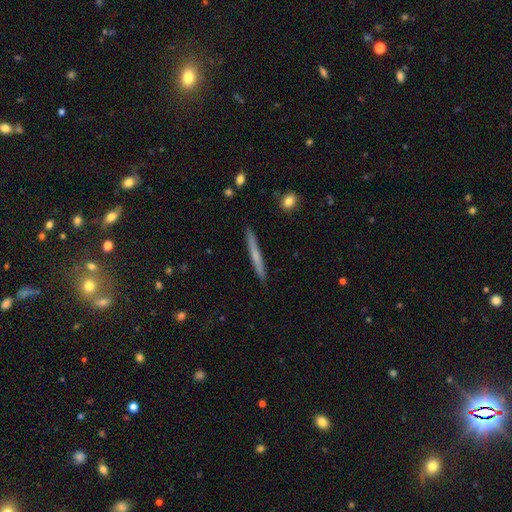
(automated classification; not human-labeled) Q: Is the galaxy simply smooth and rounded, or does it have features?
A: smooth — 53%.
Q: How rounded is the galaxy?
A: cigar-shaped — 96%.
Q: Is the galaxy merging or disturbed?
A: none — 91%.